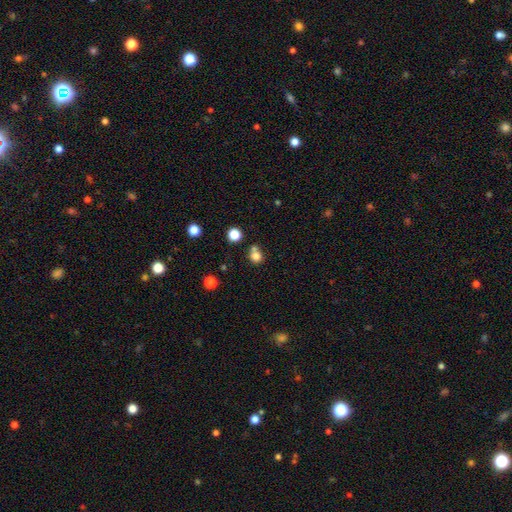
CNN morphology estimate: smooth_or_featured: smooth (p=0.79) [alt: star or artifact p=0.13]
how_rounded: round (p=0.82) [alt: in between p=0.17]
merging: none (p=0.50) [alt: merger p=0.34]